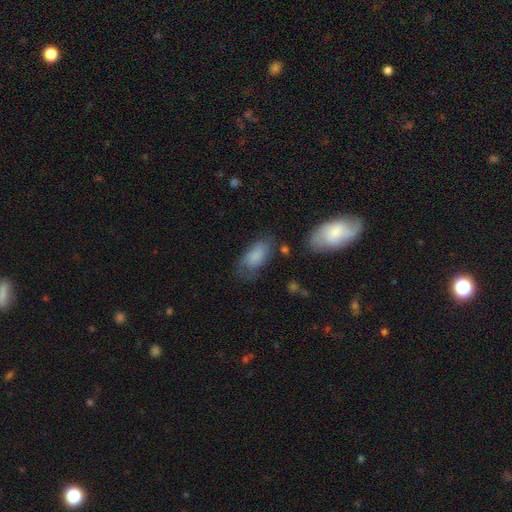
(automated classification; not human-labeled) This appears to be a smooth galaxy with no disk features (78%) that is in between round and cigar-shaped (91%). Merging: none (56%).